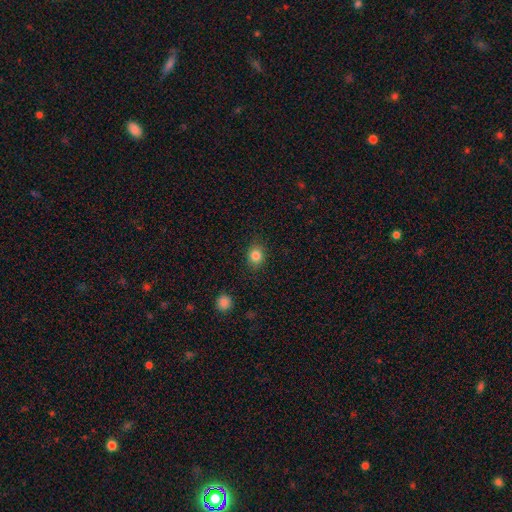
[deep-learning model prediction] Morphology: type=smooth (84%); roundness=round (63%); merging=none (86%).